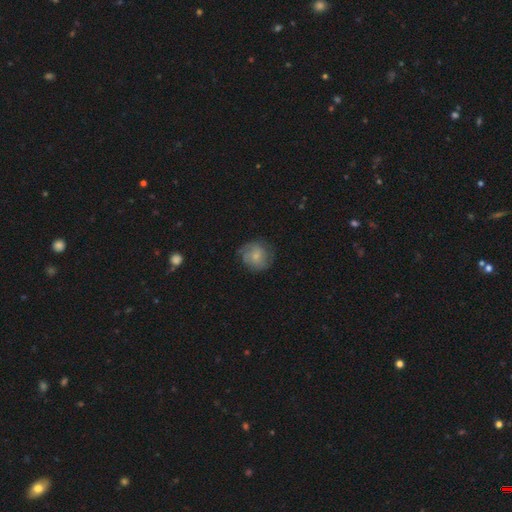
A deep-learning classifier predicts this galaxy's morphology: Smooth or featured? Predicted: smooth (p=0.50). How rounded? Predicted: round (p=0.84). Merging? Predicted: none (p=0.68).